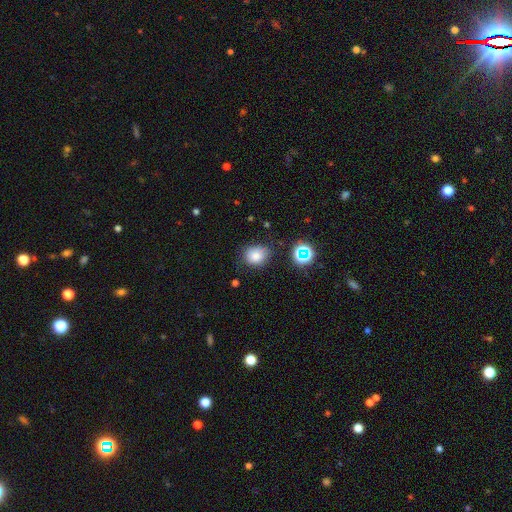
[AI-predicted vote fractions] Q: Smooth or featured?
A: smooth (78%); runner-up: star or artifact (14%)
Q: How rounded?
A: round (59%); runner-up: in between (40%)
Q: Merging?
A: none (70%); runner-up: minor disturbance (22%)